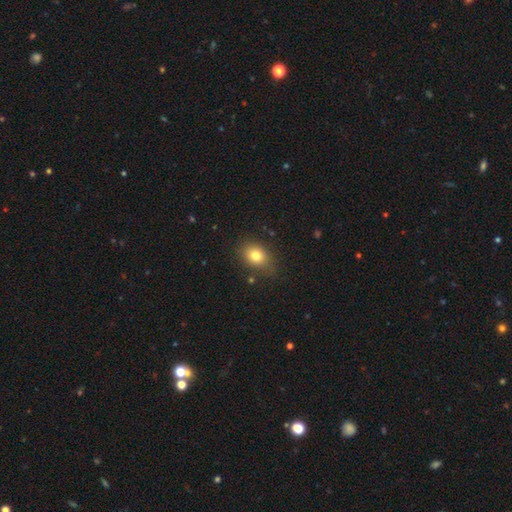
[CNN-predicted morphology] Overall: smooth (79%). How rounded: in between (58%; round 41%). Merging: none (74%).